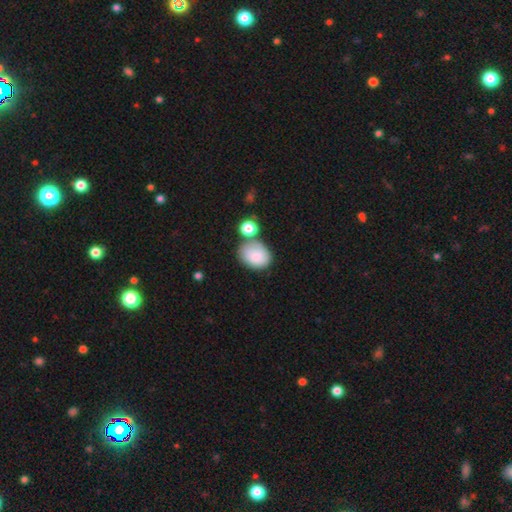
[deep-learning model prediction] Morphology: type=smooth (81%); roundness=in between (63%); merging=none (49%).